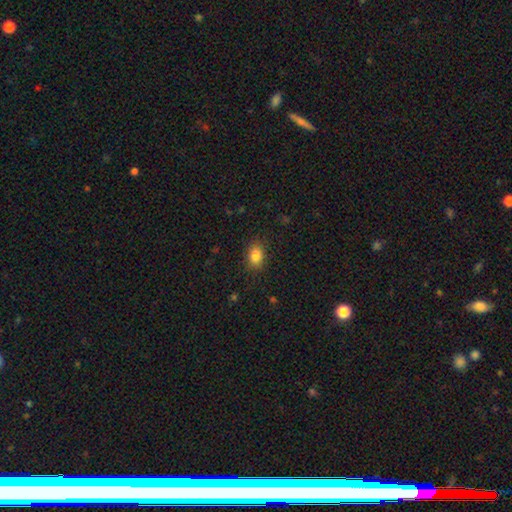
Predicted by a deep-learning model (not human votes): Smooth or featured?
  - smooth: 85% *
  - star or artifact: 10%
  - featured or disk: 6%
How rounded?
  - in between: 78% *
  - round: 20%
  - cigar-shaped: 1%
Merging?
  - none: 86% *
  - minor disturbance: 10%
  - major disturbance: 3%
  - merger: 1%